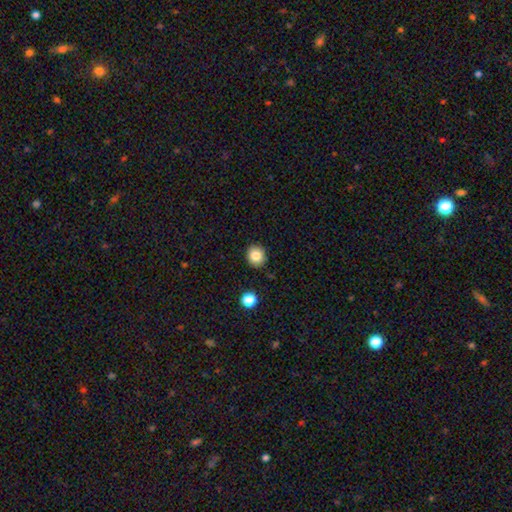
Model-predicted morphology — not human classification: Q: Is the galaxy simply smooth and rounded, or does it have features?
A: smooth — 84%.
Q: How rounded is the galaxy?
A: round — 84%.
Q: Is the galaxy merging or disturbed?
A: none — 89%.